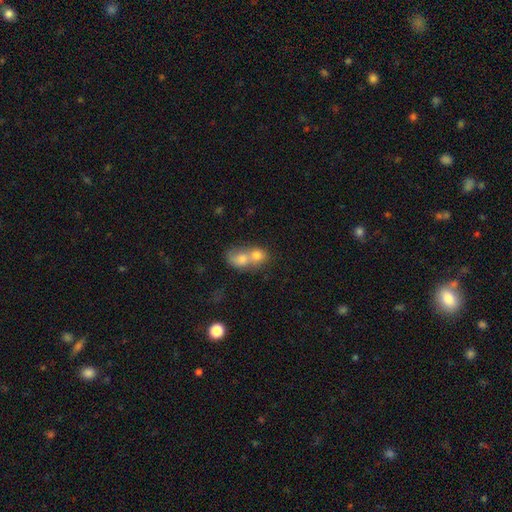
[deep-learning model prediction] smooth-or-featured: smooth: 68% | featured or disk: 21% | star or artifact: 11%
  how-rounded: round: 60% | in between: 39% | cigar-shaped: 2%
  merging: merger: 76% | none: 16% | minor disturbance: 5% | major disturbance: 3%